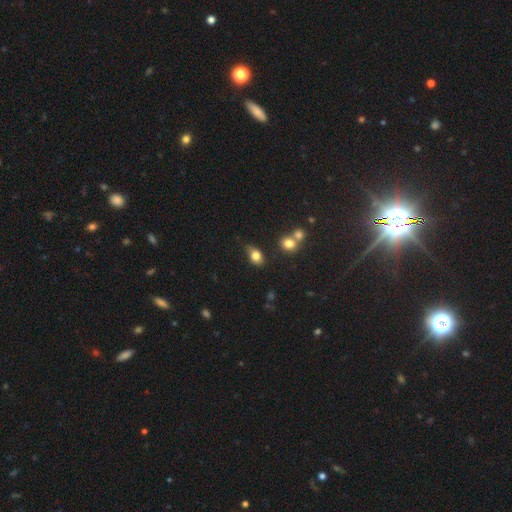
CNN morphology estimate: smooth_or_featured: smooth (p=0.81) [alt: star or artifact p=0.10]
how_rounded: in between (p=0.75) [alt: round p=0.23]
merging: none (p=0.60) [alt: minor disturbance p=0.26]